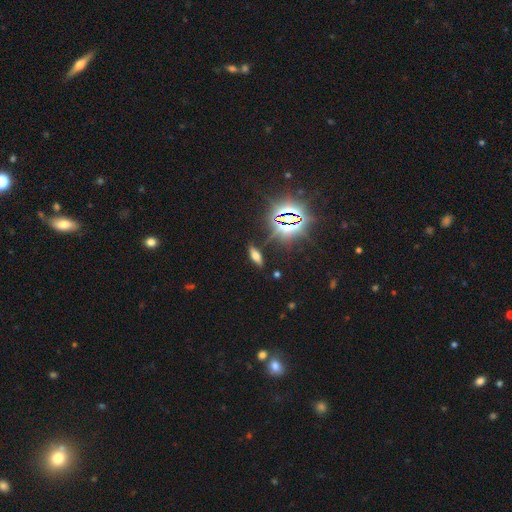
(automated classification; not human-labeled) A smooth galaxy with no disk features (49%).

Vote fractions:
- Smooth or featured? smooth: 49% / star or artifact: 34% / featured or disk: 17%
- Merging? none: 83% / minor disturbance: 11% / major disturbance: 4% / merger: 3%